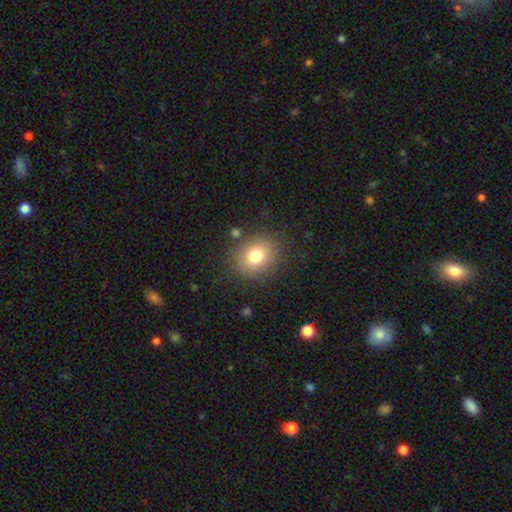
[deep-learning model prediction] Smooth or featured: smooth — 78% (star or artifact — 12%)
How rounded: round — 65% (in between — 34%)
Merging: none — 85% (minor disturbance — 9%)